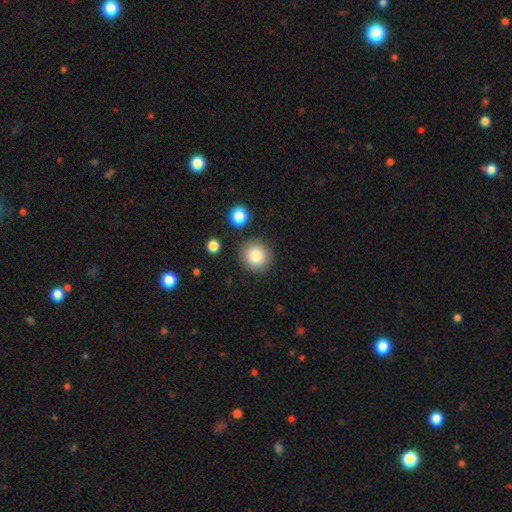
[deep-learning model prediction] Smooth or featured?
  - smooth: 83% *
  - star or artifact: 9%
  - featured or disk: 7%
How rounded?
  - round: 90% *
  - in between: 9%
  - cigar-shaped: 1%
Merging?
  - none: 86% *
  - minor disturbance: 8%
  - merger: 4%
  - major disturbance: 3%